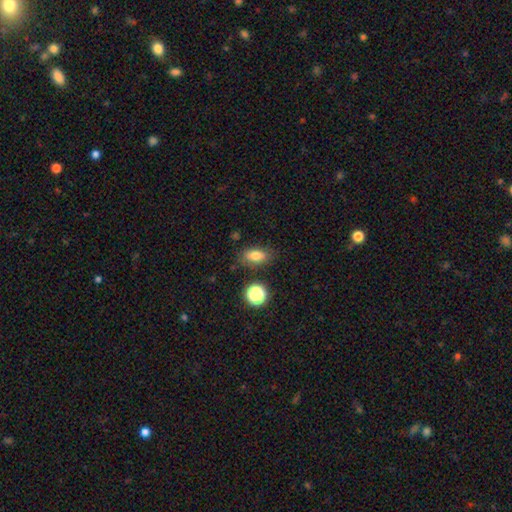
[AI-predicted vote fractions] Morphology: type=smooth (78%); roundness=in between (81%); merging=none (79%).